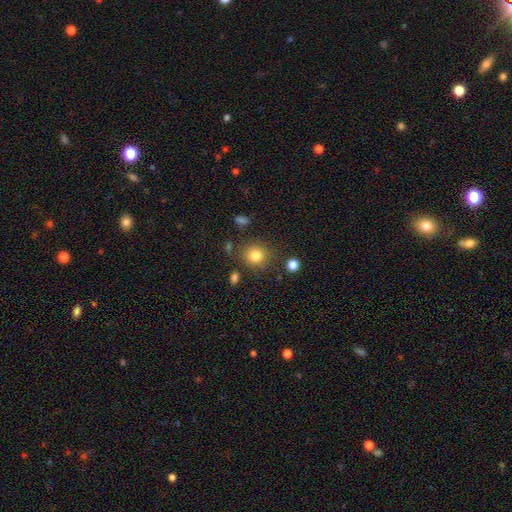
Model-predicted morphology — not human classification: smooth_or_featured: smooth (p=0.82) [alt: star or artifact p=0.11]
how_rounded: round (p=0.81) [alt: in between p=0.18]
merging: none (p=0.80) [alt: minor disturbance p=0.11]